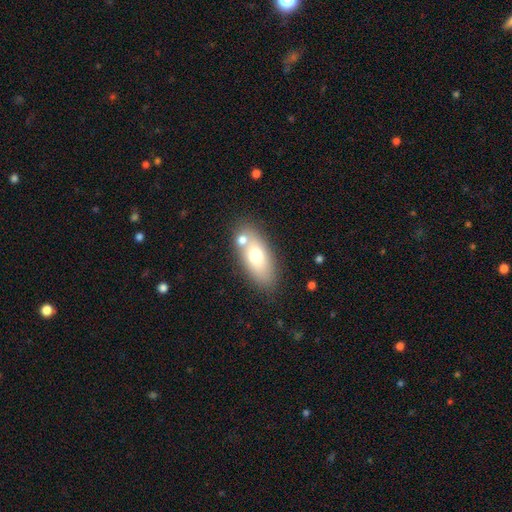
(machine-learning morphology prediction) Q: Smooth or featured?
A: smooth (68%); runner-up: featured or disk (23%)
Q: How rounded?
A: in between (85%); runner-up: cigar-shaped (10%)
Q: Merging?
A: none (66%); runner-up: merger (19%)